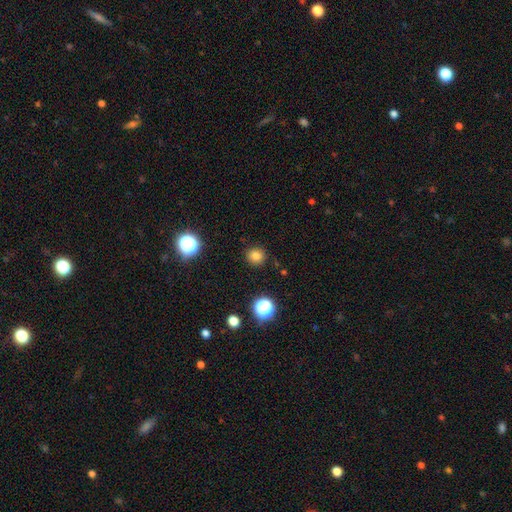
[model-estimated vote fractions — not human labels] Smooth or featured? smooth (80%)
How rounded? round (91%)
Merging? none (90%)